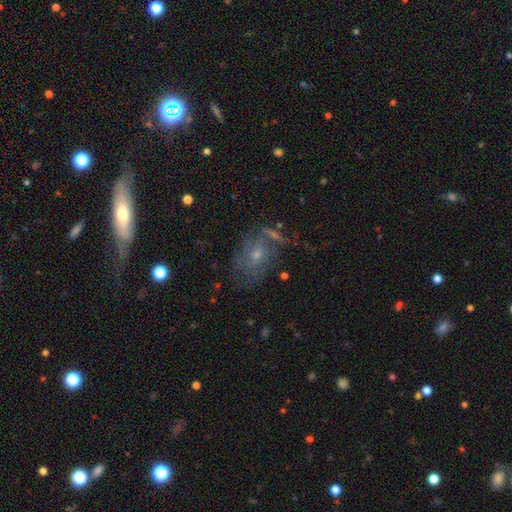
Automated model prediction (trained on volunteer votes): Smooth or featured? Predicted: featured or disk (p=0.62). Edge-on disk? Predicted: no (p=0.95). Bar? Predicted: no (p=0.72). Spiral arms? Predicted: yes (p=0.79). Bulge size? Predicted: small (p=0.51). Merging? Predicted: none (p=0.55).